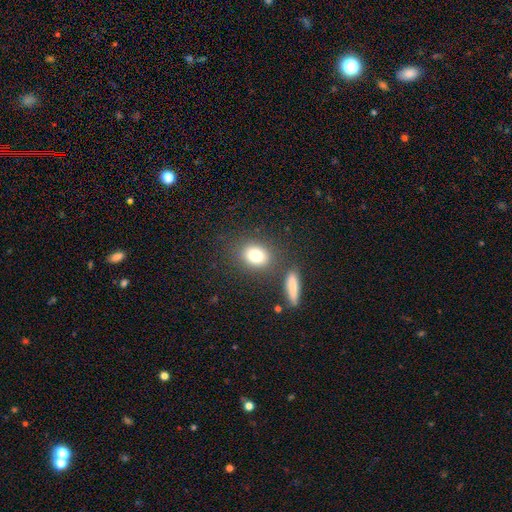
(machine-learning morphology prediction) Q: Smooth or featured?
A: smooth (79%); runner-up: featured or disk (11%)
Q: How rounded?
A: round (52%); runner-up: in between (46%)
Q: Merging?
A: none (75%); runner-up: merger (11%)